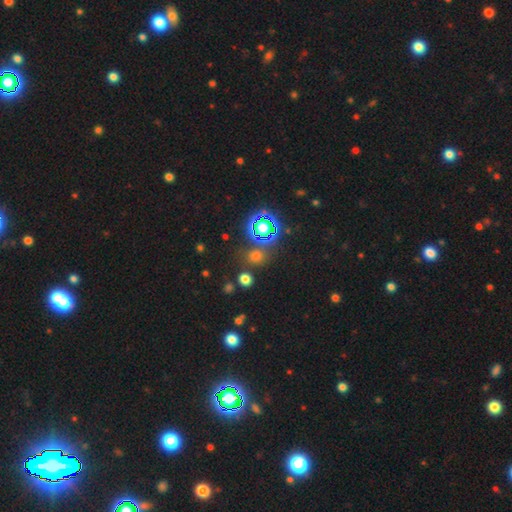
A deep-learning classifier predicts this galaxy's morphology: A smooth galaxy with no disk features (51%) that is round (83%). Merging: none (78%).